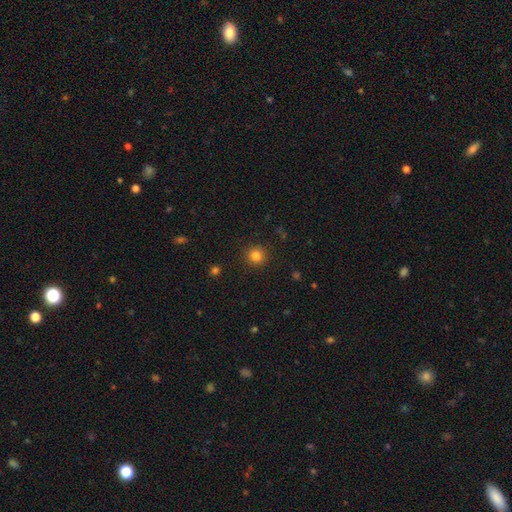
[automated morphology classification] This is clearly a smooth galaxy (83%). How rounded: clearly round (93%). Merging: clearly none (91%).